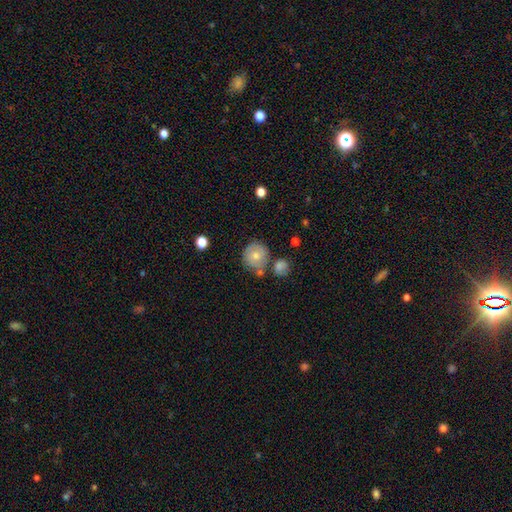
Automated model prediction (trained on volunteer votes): Smooth or featured? smooth (71%)
How rounded? round (88%)
Merging? none (65%)